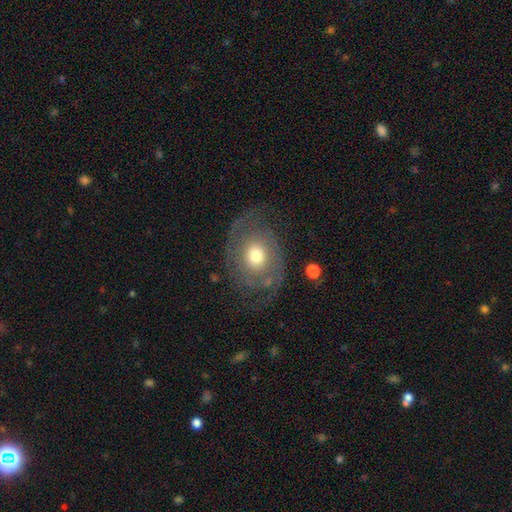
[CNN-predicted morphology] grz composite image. It shows a featured or disk galaxy (63%) with no bar (82%), spiral arms (72%) and a moderate central bulge (63%). Merging: none (66%).